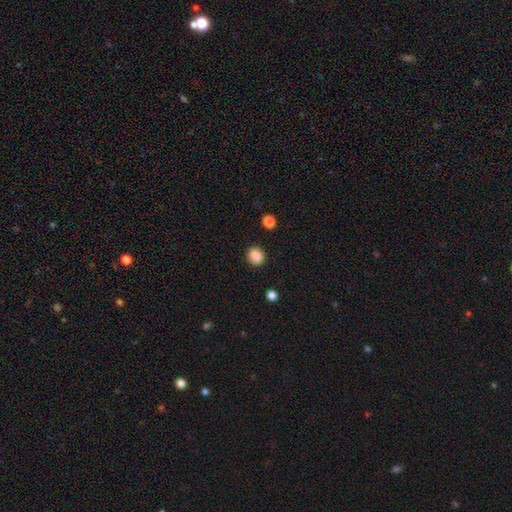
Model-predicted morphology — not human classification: Smooth or featured? smooth (85%)
How rounded? round (84%)
Merging? none (90%)